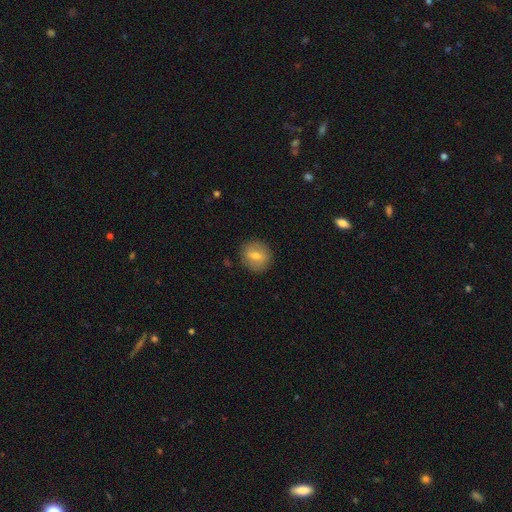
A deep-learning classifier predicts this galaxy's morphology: type=smooth (62%); roundness=round (85%); merging=none (88%).